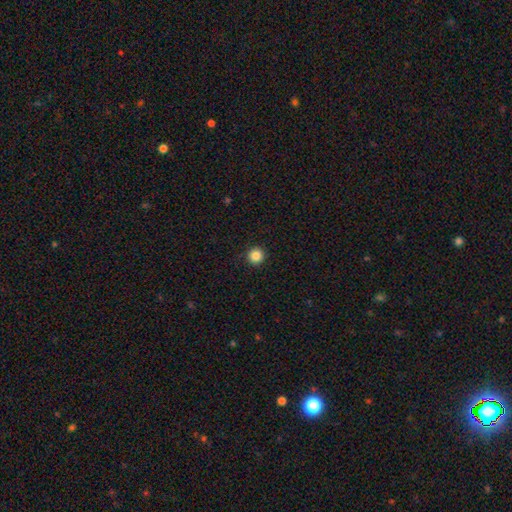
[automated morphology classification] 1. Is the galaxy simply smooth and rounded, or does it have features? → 86% smooth, 11% star or artifact, 3% featured or disk.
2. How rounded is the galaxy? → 95% round, 4% in between, 1% cigar-shaped.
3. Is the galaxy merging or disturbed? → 93% none, 5% minor disturbance, 2% major disturbance, 1% merger.